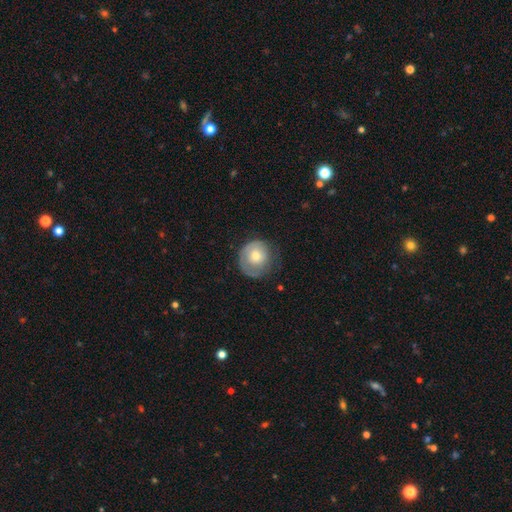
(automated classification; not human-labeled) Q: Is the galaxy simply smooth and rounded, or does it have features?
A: smooth — 56%.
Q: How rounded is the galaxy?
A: round — 84%.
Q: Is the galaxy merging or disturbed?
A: none — 57%.